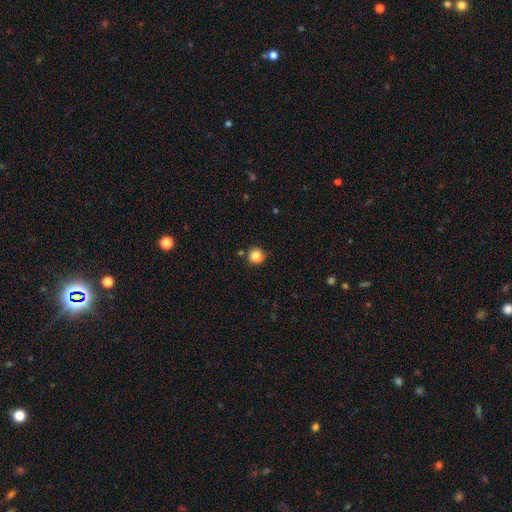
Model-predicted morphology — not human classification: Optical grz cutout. It shows a smooth galaxy with no disk features (85%) that is round (94%). Merging: none (86%).